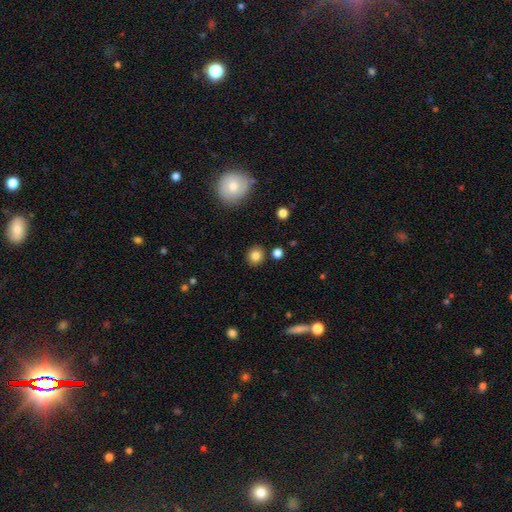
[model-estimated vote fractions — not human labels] A smooth galaxy with no disk features (82%) that is round (83%). Merging: none (88%).